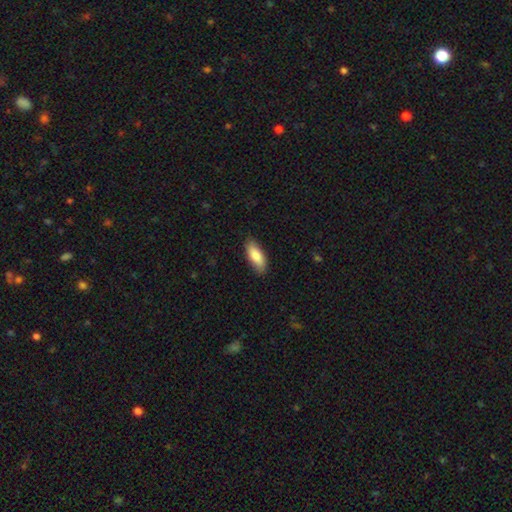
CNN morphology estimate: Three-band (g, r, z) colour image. It shows a smooth galaxy with no disk features (84%) that is in between round and cigar-shaped (77%). Merging: none (85%).